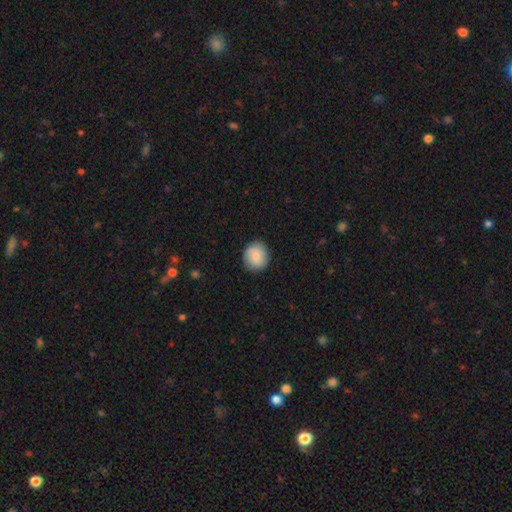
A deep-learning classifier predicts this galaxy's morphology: Smooth or featured?
  - smooth: 84% *
  - featured or disk: 9%
  - star or artifact: 6%
How rounded?
  - round: 74% *
  - in between: 25%
  - cigar-shaped: 1%
Merging?
  - none: 87% *
  - minor disturbance: 10%
  - major disturbance: 2%
  - merger: 1%